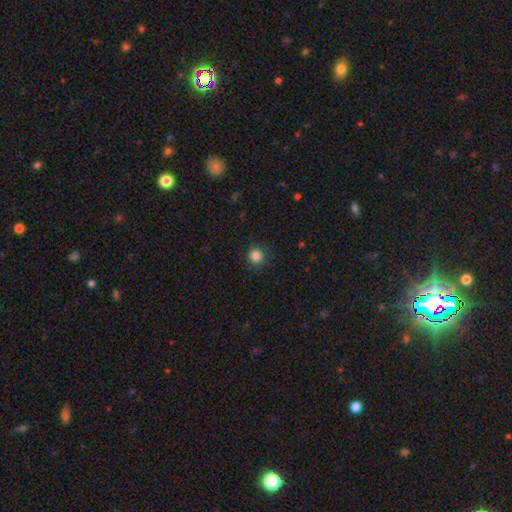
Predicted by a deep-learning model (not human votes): A smooth galaxy with no disk features (85%) that is round (90%).

Vote fractions:
- Smooth or featured? smooth: 85% / star or artifact: 11% / featured or disk: 4%
- How rounded? round: 90% / in between: 9% / cigar-shaped: 1%
- Merging? none: 88% / minor disturbance: 9% / major disturbance: 3% / merger: 1%